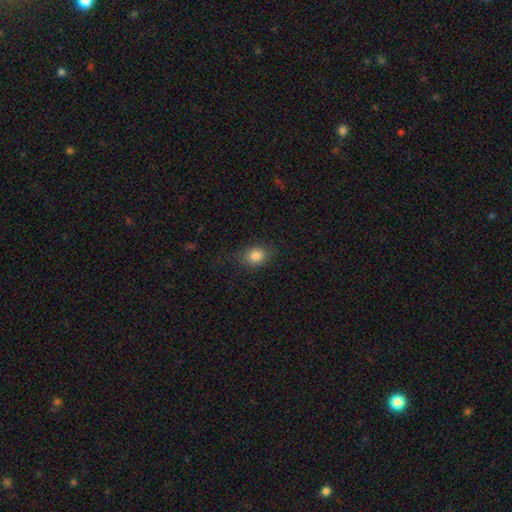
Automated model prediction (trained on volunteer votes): Morphology: type=smooth (84%); roundness=round (51%); merging=none (79%).